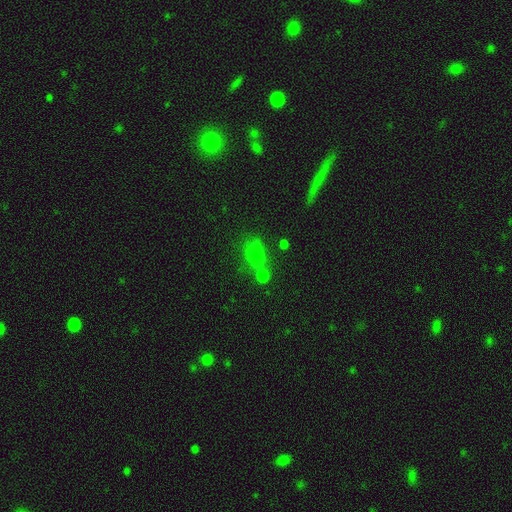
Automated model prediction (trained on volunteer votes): Q: Smooth or featured?
A: smooth (70%); runner-up: star or artifact (19%)
Q: How rounded?
A: round (59%); runner-up: in between (39%)
Q: Merging?
A: none (43%); runner-up: merger (24%)